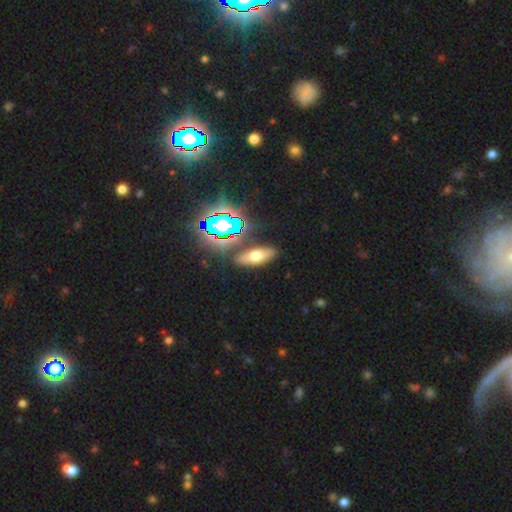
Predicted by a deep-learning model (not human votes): A smooth galaxy with no disk features (50%). Merging: none (84%).